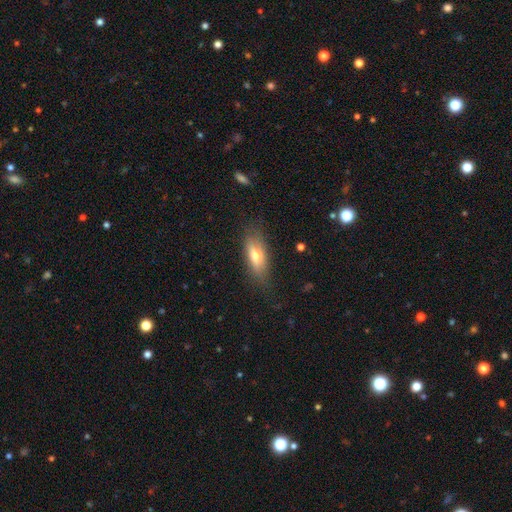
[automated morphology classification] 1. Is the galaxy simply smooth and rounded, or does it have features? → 63% smooth, 29% featured or disk, 8% star or artifact.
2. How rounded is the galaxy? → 68% in between, 29% cigar-shaped, 4% round.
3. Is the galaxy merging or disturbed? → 74% none, 18% minor disturbance, 6% major disturbance, 1% merger.